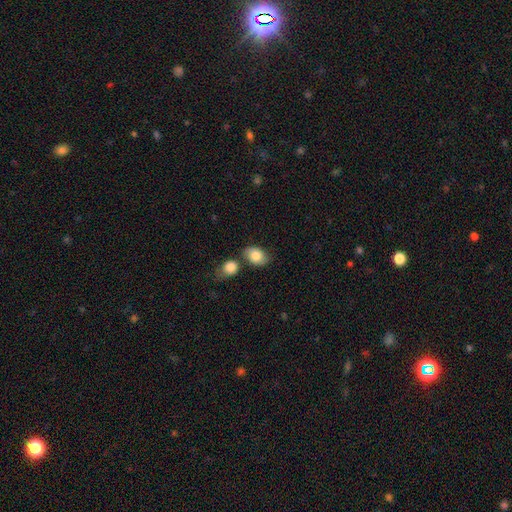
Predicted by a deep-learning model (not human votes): Smooth or featured? Predicted: smooth (p=0.82). How rounded? Predicted: in between (p=0.77). Merging? Predicted: none (p=0.61).